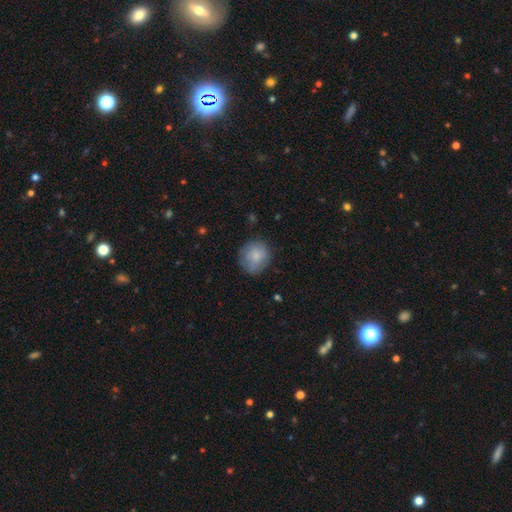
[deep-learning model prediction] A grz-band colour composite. It shows a smooth galaxy with no disk features (77%) that is round (85%). Merging: none (74%).